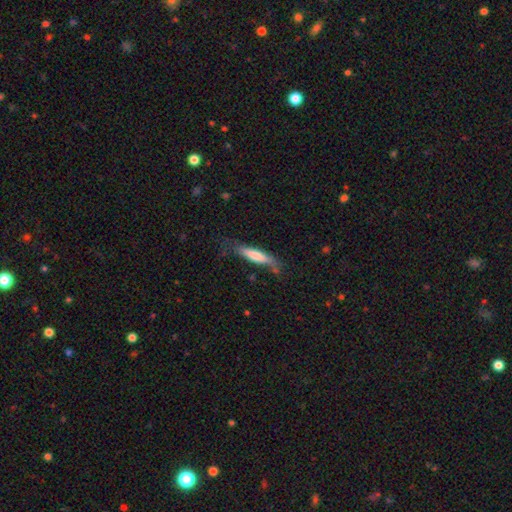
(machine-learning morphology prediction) Smooth or featured: smooth — 68% (featured or disk — 27%)
How rounded: cigar-shaped — 78% (in between — 21%)
Merging: none — 58% (minor disturbance — 27%)